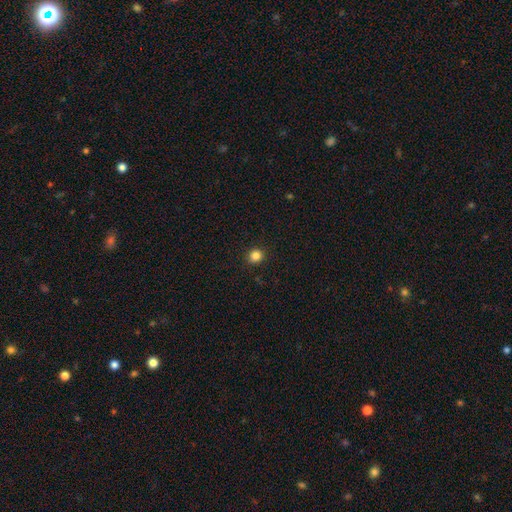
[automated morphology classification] This is clearly a smooth galaxy (84%). How rounded: clearly round (89%). Merging: clearly none (91%).